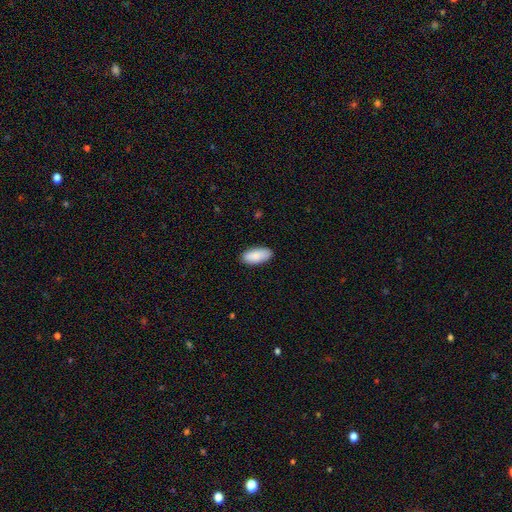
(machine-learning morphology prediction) The model was most divided on "merging": none: 88%, minor disturbance: 9%, major disturbance: 2%, merger: 1%. More confident: how rounded — in between (90%); smooth or featured — smooth (88%).